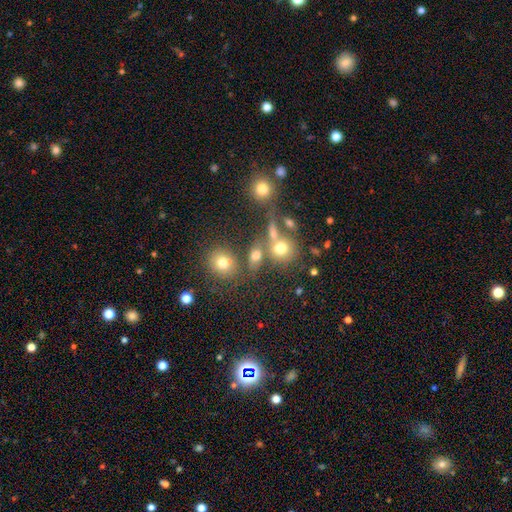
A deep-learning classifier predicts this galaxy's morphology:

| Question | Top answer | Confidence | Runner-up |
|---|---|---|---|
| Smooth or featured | smooth | 68% | star or artifact (18%) |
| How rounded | round | 54% | in between (41%) |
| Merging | none | 51% | merger (29%) |